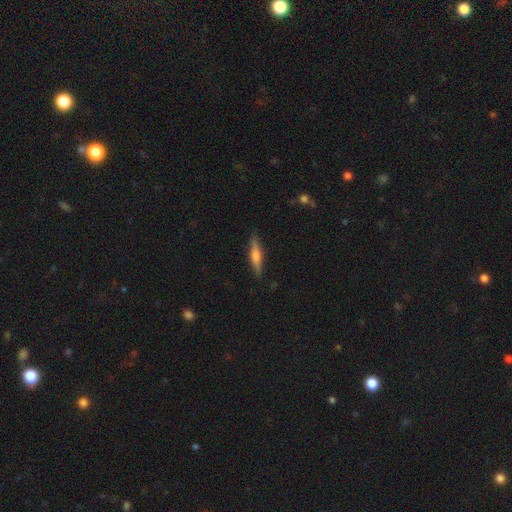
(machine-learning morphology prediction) type=featured or disk (51%); edge-on=yes (96%); merging=none (89%).